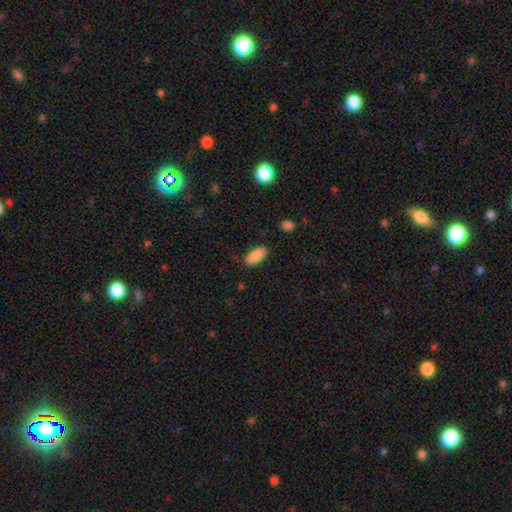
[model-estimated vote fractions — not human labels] The model was most divided on "merging": none: 85%, minor disturbance: 11%, major disturbance: 3%, merger: 1%. More confident: how rounded — in between (92%); smooth or featured — smooth (88%).